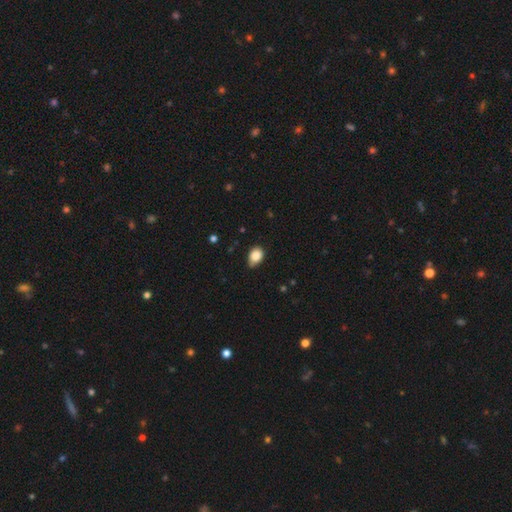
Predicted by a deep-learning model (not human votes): Smooth or featured: smooth — 86% (star or artifact — 9%)
How rounded: in between — 68% (round — 31%)
Merging: none — 56% (minor disturbance — 37%)